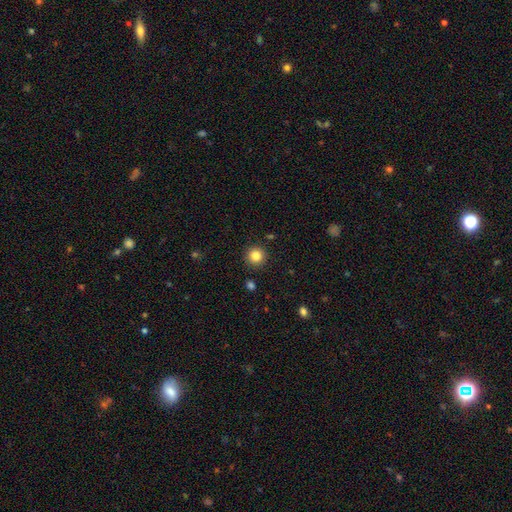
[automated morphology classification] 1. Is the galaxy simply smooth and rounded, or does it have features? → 84% smooth, 11% star or artifact, 5% featured or disk.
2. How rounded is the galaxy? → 95% round, 4% in between, 1% cigar-shaped.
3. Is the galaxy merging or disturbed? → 91% none, 5% minor disturbance, 2% major disturbance, 2% merger.